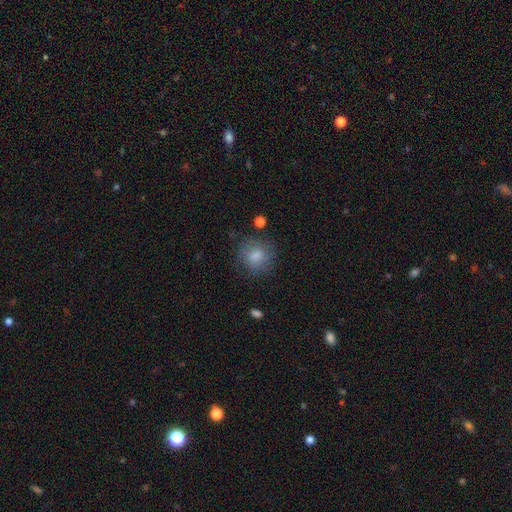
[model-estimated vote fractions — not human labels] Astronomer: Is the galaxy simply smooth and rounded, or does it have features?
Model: smooth — 80%.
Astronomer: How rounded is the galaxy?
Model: round — 80%.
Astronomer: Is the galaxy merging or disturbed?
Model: none — 74%.